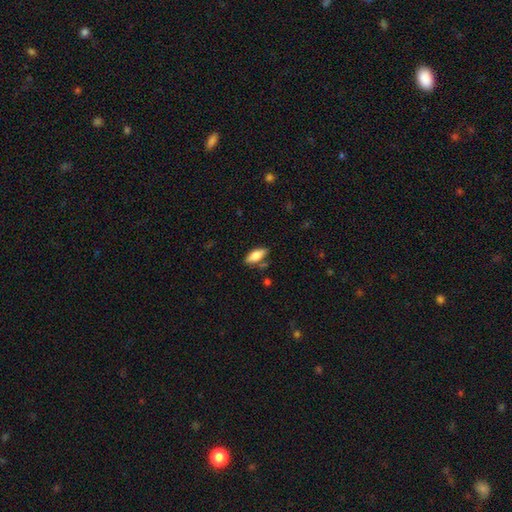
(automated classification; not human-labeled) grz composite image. It shows a smooth galaxy with no disk features (74%) that is in between round and cigar-shaped (77%). Merging: none (77%).